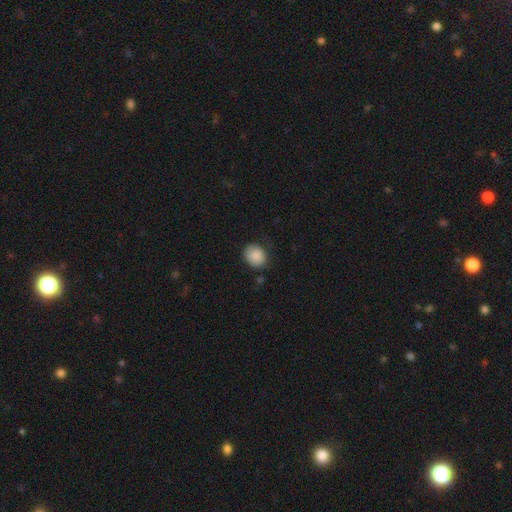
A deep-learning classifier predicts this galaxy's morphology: smooth_or_featured: smooth (p=0.88) [alt: star or artifact p=0.07]
how_rounded: round (p=0.62) [alt: in between p=0.37]
merging: none (p=0.73) [alt: minor disturbance p=0.20]